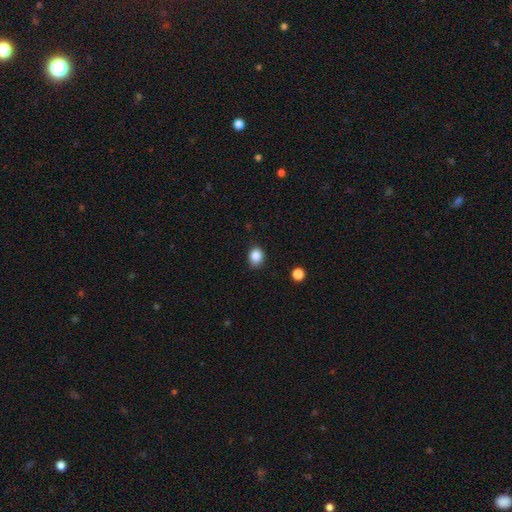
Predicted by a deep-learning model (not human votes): Smooth or featured? Predicted: smooth (p=0.86). How rounded? Predicted: round (p=0.55). Merging? Predicted: none (p=0.83).